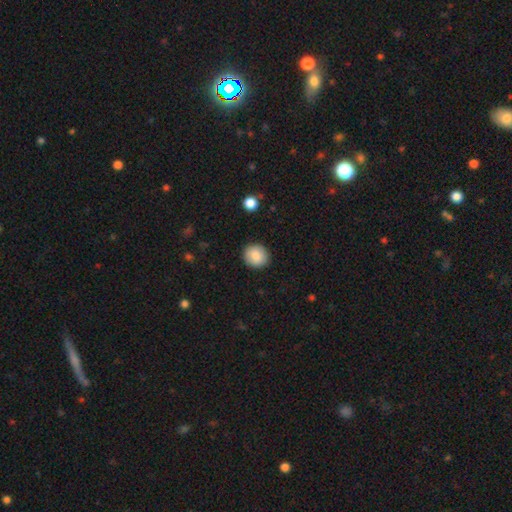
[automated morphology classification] A smooth galaxy with no disk features (86%) that is round (84%).

Vote fractions:
- Smooth or featured? smooth: 86% / star or artifact: 8% / featured or disk: 6%
- How rounded? round: 84% / in between: 15% / cigar-shaped: 1%
- Merging? none: 90% / minor disturbance: 7% / major disturbance: 2% / merger: 1%